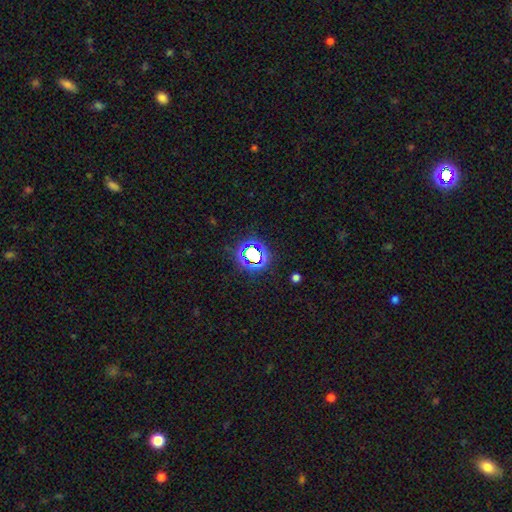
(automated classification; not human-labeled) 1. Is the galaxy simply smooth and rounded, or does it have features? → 65% star or artifact, 24% smooth, 11% featured or disk.